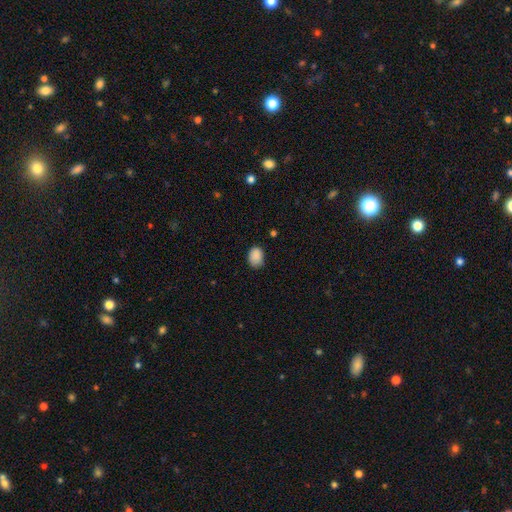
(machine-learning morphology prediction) smooth 88%, star or artifact 8%, featured or disk 4%. Down the decision tree: how rounded — in between (68%); merging — none (74%).